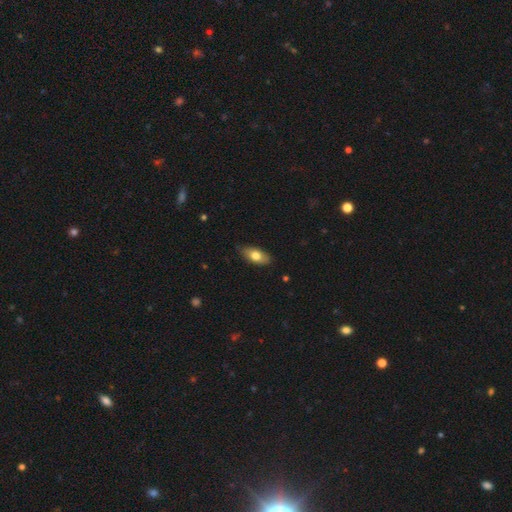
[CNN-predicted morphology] This appears to be a smooth galaxy with no disk features (75%) that is in between round and cigar-shaped (88%). Merging: none (82%).